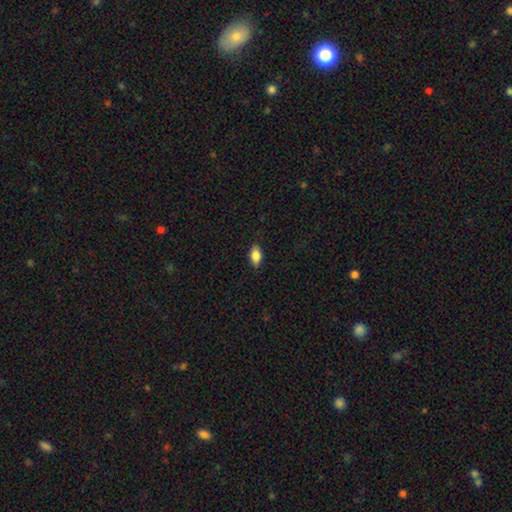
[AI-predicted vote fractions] Smooth or featured: smooth — 83% (featured or disk — 9%)
How rounded: in between — 90% (cigar-shaped — 6%)
Merging: none — 87% (minor disturbance — 10%)